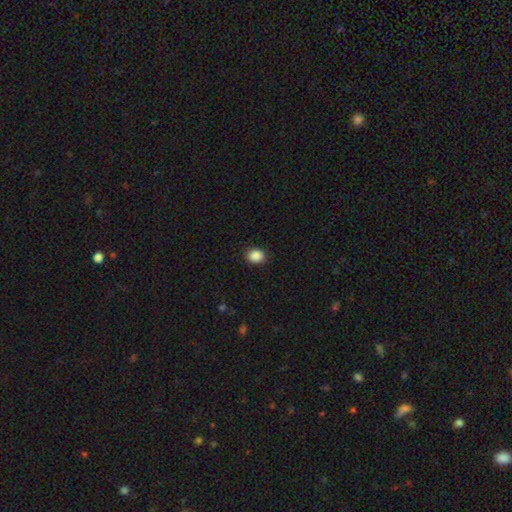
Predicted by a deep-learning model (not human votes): This is clearly a smooth galaxy (88%). How rounded: possibly in between (50%). Merging: clearly none (88%).